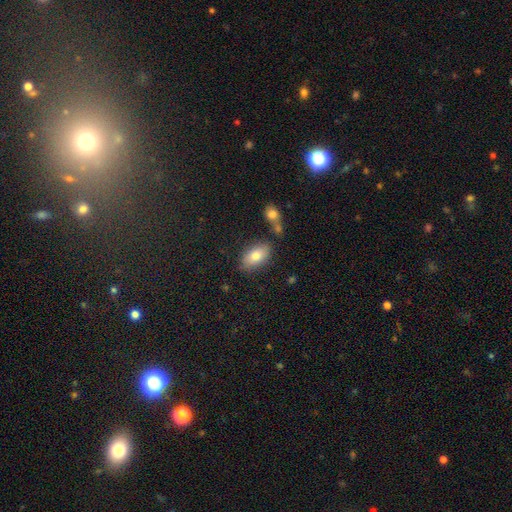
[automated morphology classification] Smooth or featured?
  - smooth: 78% *
  - featured or disk: 14%
  - star or artifact: 8%
How rounded?
  - in between: 92% *
  - round: 5%
  - cigar-shaped: 3%
Merging?
  - none: 76% *
  - minor disturbance: 13%
  - merger: 7%
  - major disturbance: 3%